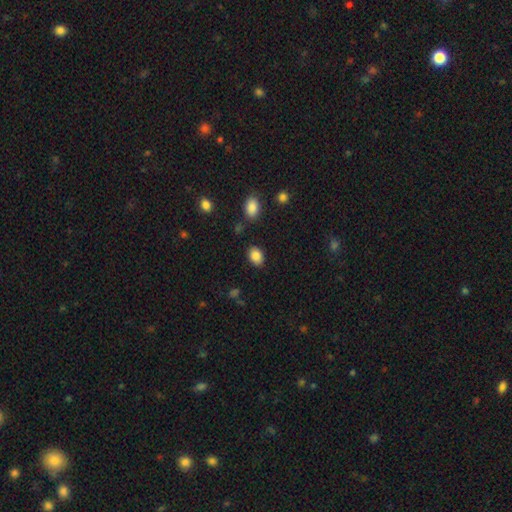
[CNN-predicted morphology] The model was most divided on "how rounded": in between: 75%, round: 24%, cigar-shaped: 1%. More confident: smooth or featured — smooth (86%); merging — none (84%).